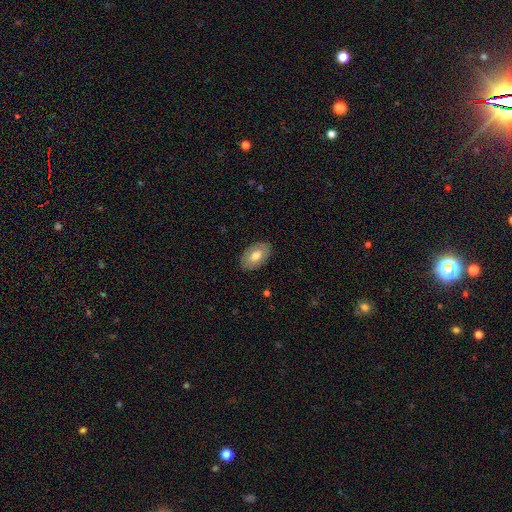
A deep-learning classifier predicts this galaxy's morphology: Smooth or featured? Predicted: smooth (p=0.67). How rounded? Predicted: in between (p=0.92). Merging? Predicted: none (p=0.85).